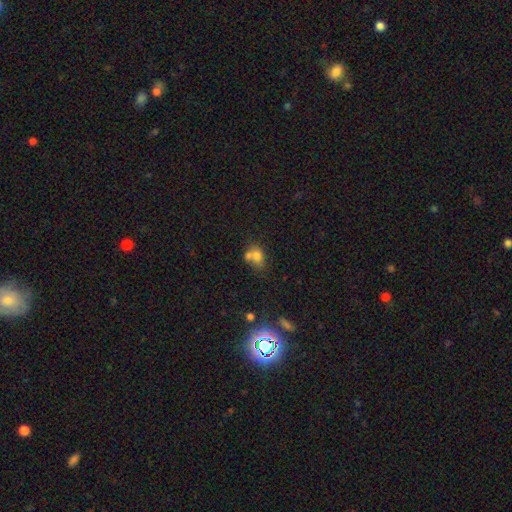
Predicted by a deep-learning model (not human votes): Q: Smooth or featured?
A: smooth (72%); runner-up: featured or disk (15%)
Q: How rounded?
A: in between (60%); runner-up: round (38%)
Q: Merging?
A: merger (48%); runner-up: none (33%)